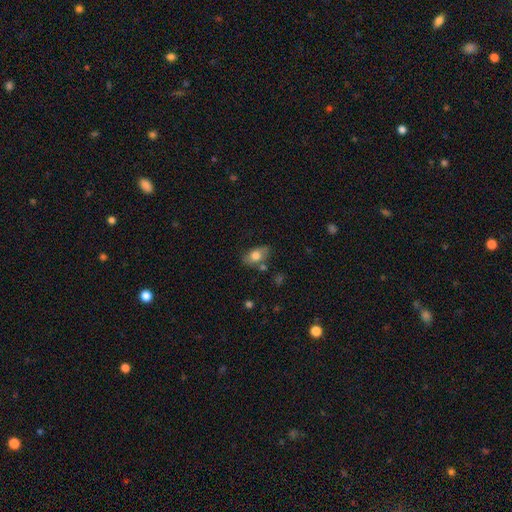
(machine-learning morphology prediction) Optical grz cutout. It shows a smooth galaxy with no disk features (74%) that is in between round and cigar-shaped (88%). Merging: none (64%).